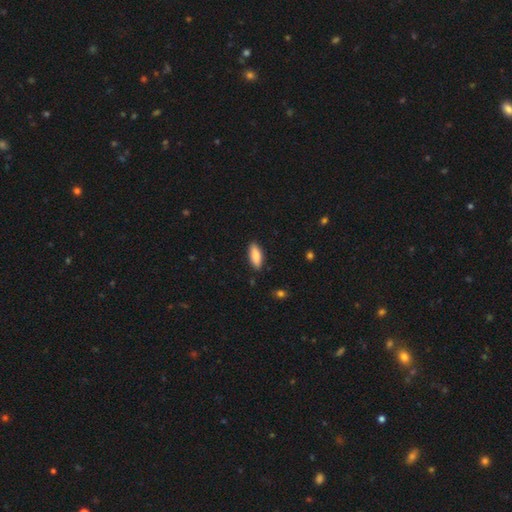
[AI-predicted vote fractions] This is clearly a smooth galaxy (87%). How rounded: likely in between (71%). Merging: clearly none (88%).